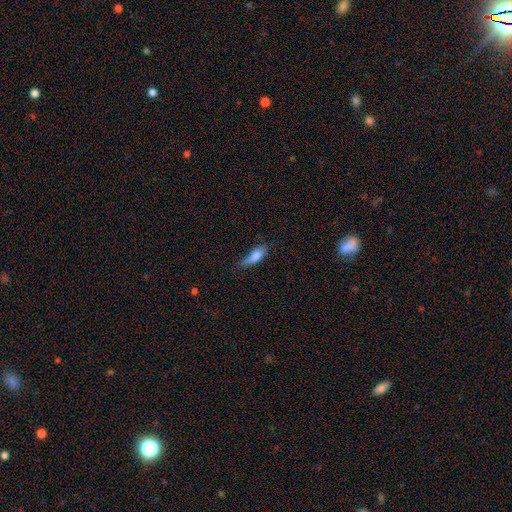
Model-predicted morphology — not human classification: Smooth or featured: smooth — 79% (featured or disk — 13%)
How rounded: in between — 65% (cigar-shaped — 32%)
Merging: none — 42% (minor disturbance — 39%)